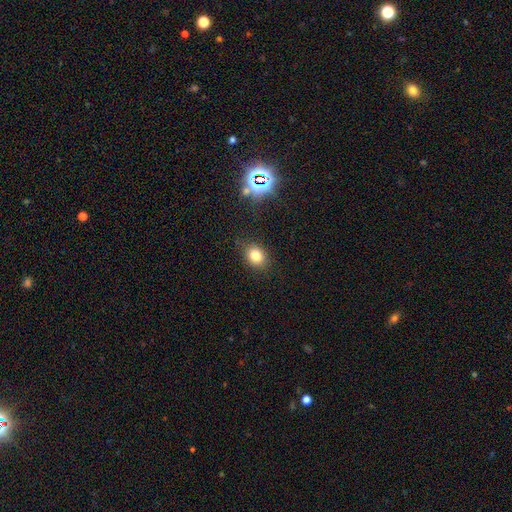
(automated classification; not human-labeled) A smooth galaxy with no disk features (79%) that is round (52%). Merging: none (83%).